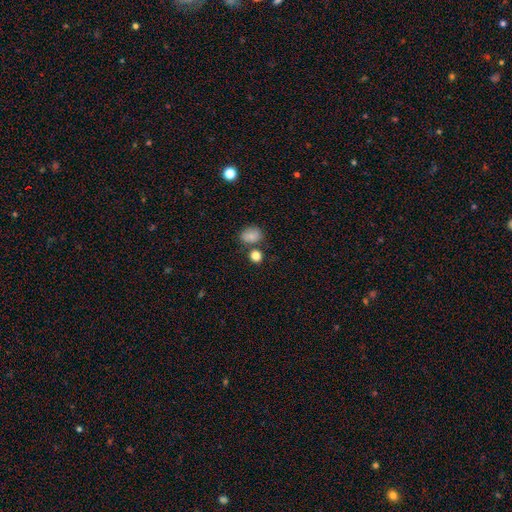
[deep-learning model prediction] The model was most divided on "merging": none: 68%, merger: 17%, minor disturbance: 11%, major disturbance: 4%. More confident: smooth or featured — smooth (83%); how rounded — round (75%).